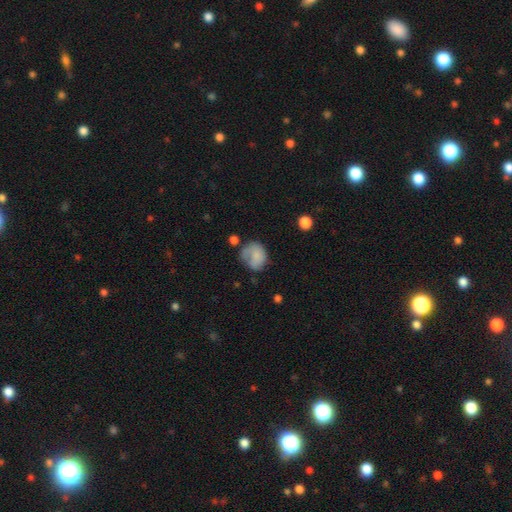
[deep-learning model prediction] Overall: smooth (71%). How rounded: round (63%; in between 36%). Merging: none (41%; minor disturbance 31%).